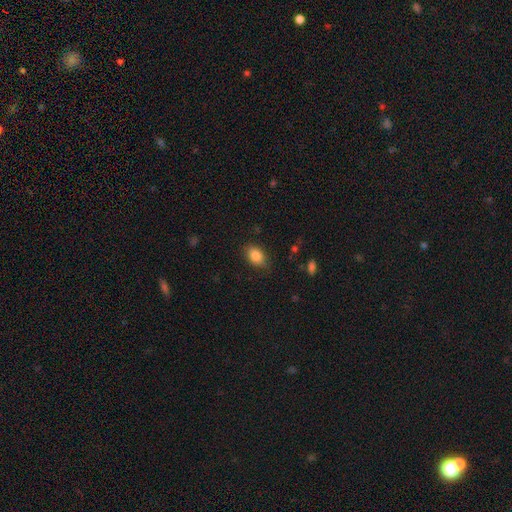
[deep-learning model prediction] Smooth or featured? smooth (85%)
How rounded? in between (84%)
Merging? none (83%)